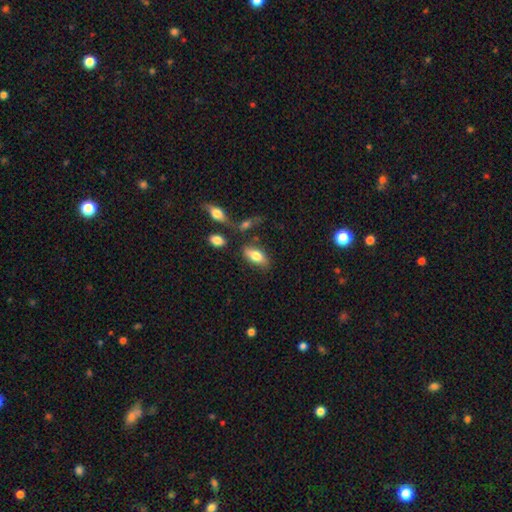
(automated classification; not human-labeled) Q: Smooth or featured?
A: smooth (74%); runner-up: featured or disk (19%)
Q: How rounded?
A: in between (87%); runner-up: cigar-shaped (10%)
Q: Merging?
A: none (72%); runner-up: minor disturbance (14%)